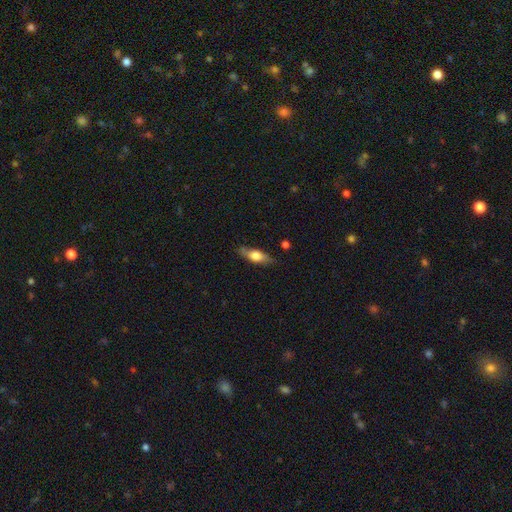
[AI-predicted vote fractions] A smooth galaxy with no disk features (58%) that is in between round and cigar-shaped (60%).

Vote fractions:
- Smooth or featured? smooth: 58% / featured or disk: 36% / star or artifact: 6%
- How rounded? in between: 60% / cigar-shaped: 36% / round: 4%
- Merging? none: 76% / minor disturbance: 18% / major disturbance: 4% / merger: 2%